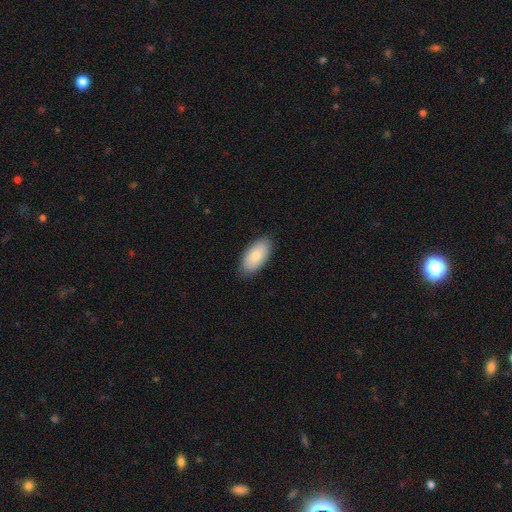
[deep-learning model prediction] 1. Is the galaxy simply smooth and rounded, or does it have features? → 80% smooth, 14% featured or disk, 6% star or artifact.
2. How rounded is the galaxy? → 94% in between, 3% cigar-shaped, 2% round.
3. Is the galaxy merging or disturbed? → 87% none, 11% minor disturbance, 2% major disturbance, 1% merger.